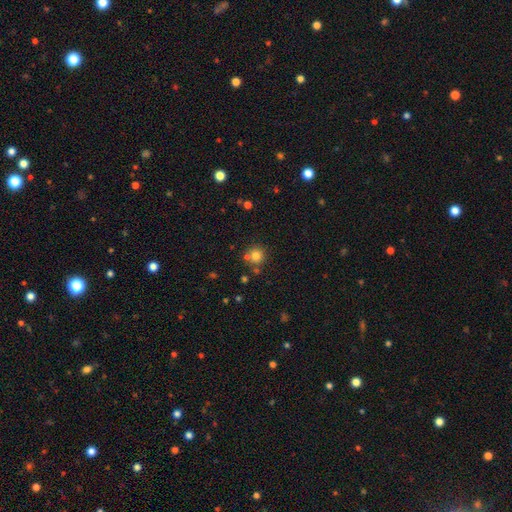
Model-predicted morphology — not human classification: type=smooth (77%); roundness=round (92%); merging=none (70%).